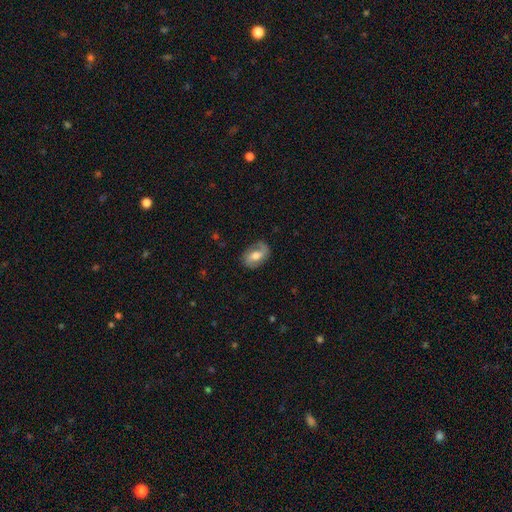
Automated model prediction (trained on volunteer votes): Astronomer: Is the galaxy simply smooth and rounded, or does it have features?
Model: featured or disk — 57% (runner-up: smooth, 36%).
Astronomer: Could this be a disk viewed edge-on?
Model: no — 95%.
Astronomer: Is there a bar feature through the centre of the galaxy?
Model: weak — 43% (runner-up: no, 34%).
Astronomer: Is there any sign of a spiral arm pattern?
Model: yes — 79%.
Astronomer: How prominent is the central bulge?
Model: moderate — 65%.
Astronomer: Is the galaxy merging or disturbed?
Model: none — 76%.